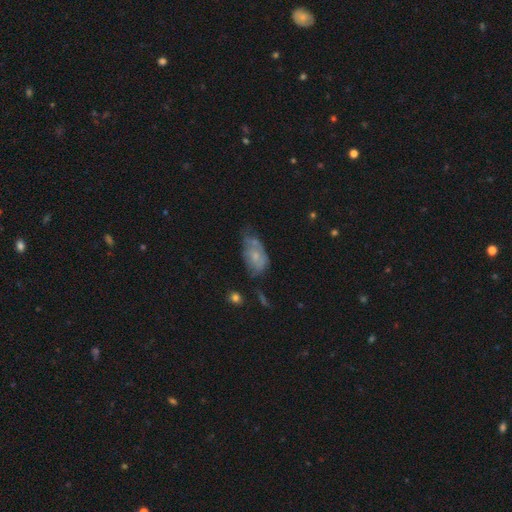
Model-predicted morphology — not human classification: This appears to be a smooth galaxy with no disk features (45%, tied with featured or disk). Merging: minor disturbance (35%).